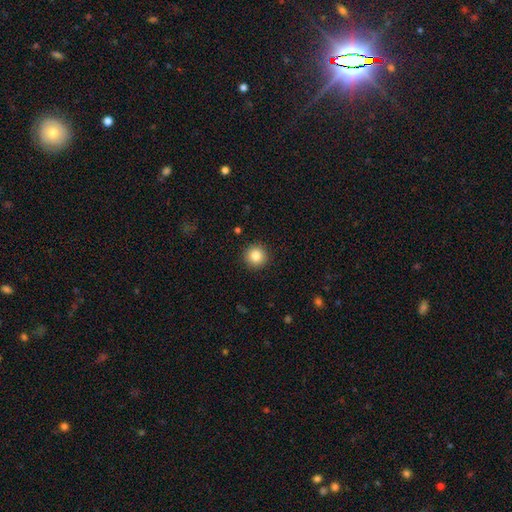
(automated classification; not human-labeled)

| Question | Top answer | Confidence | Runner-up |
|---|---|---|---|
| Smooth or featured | smooth | 84% | star or artifact (10%) |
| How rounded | round | 95% | in between (4%) |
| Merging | none | 92% | minor disturbance (5%) |